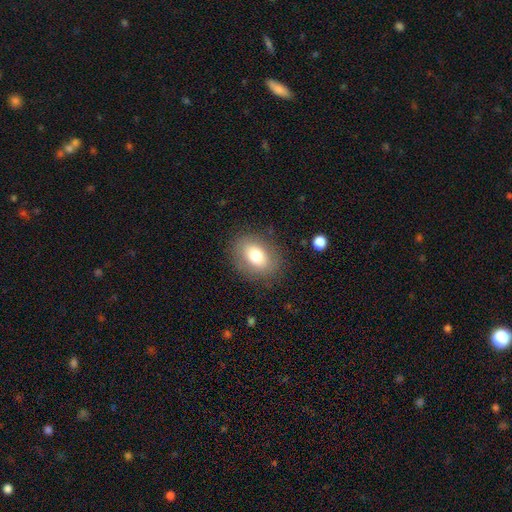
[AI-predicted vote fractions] A smooth galaxy with no disk features (74%) that is in between round and cigar-shaped (67%). Merging: none (82%).